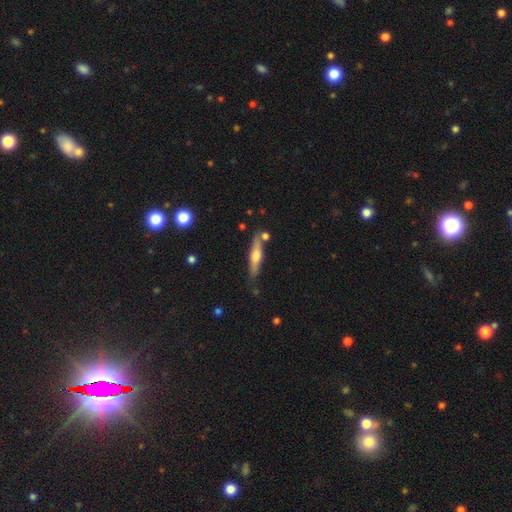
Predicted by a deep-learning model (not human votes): featured or disk 53%, smooth 41%, star or artifact 6%. Down the decision tree: edge-on disk — yes (93%); merging — none (76%).